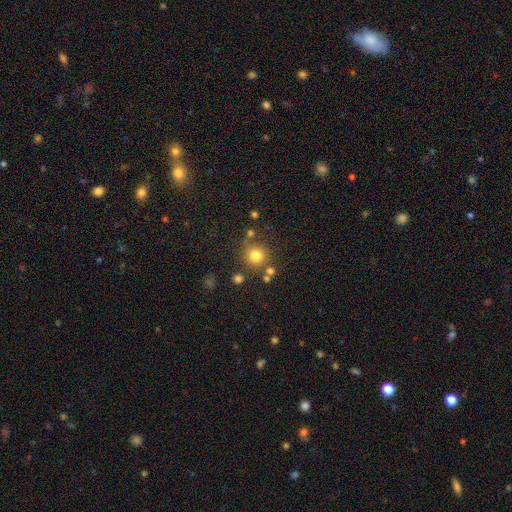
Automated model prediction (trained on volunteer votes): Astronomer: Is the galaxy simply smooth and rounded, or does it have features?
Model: smooth — 77%.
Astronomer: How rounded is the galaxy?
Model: round — 93%.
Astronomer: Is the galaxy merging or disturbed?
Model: none — 75%.